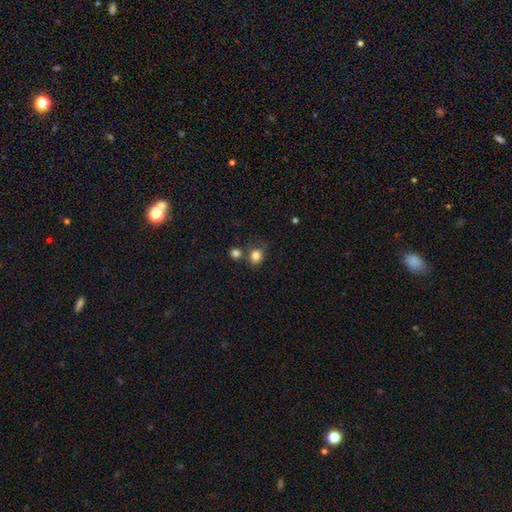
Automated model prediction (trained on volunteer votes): Morphology: type=smooth (83%); roundness=round (74%); merging=none (65%).